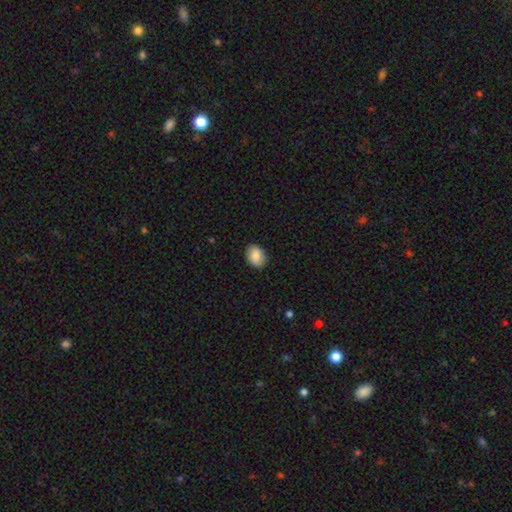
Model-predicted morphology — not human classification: This appears to be a smooth galaxy with no disk features (84%) that is in between round and cigar-shaped (68%). Merging: none (87%).